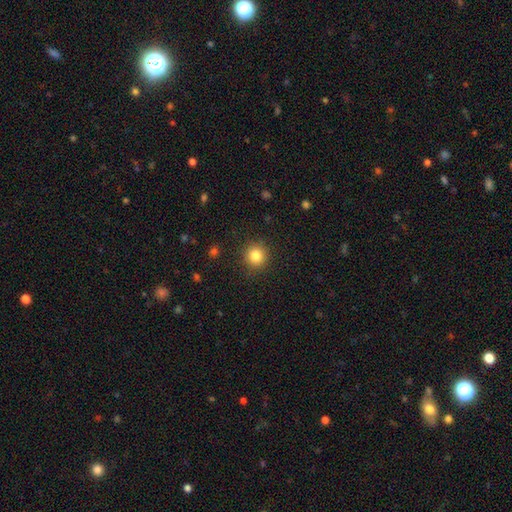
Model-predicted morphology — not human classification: Smooth or featured? smooth (83%)
How rounded? round (93%)
Merging? none (90%)